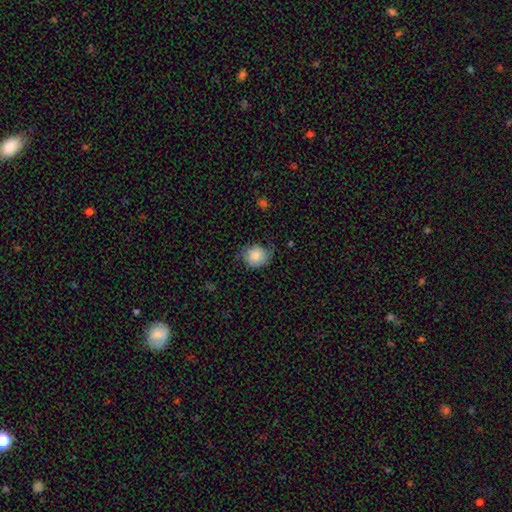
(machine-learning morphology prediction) smooth 73%, featured or disk 19%, star or artifact 8%. Down the decision tree: how rounded — round (77%); merging — none (58%).